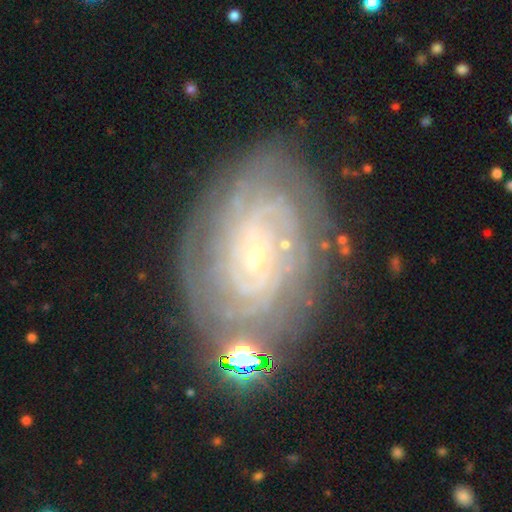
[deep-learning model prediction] The model was most divided on "spiral arm count": can't tell: 40%, 4: 15%, 2: 13%, more than 4: 13%, 3: 12%, 1: 6%. More confident: edge-on disk — no (96%); spiral arms — yes (94%); bulge size — small (86%); smooth or featured — featured or disk (82%); spiral winding — tight (80%); merging — none (75%); bar — no (66%).